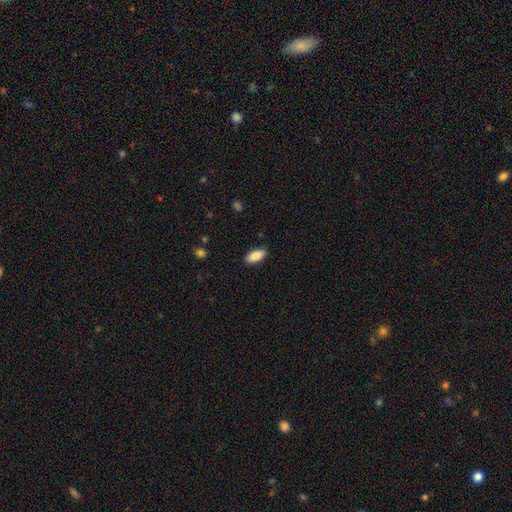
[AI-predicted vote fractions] This is clearly a smooth galaxy (88%). How rounded: clearly in between (86%). Merging: clearly none (87%).